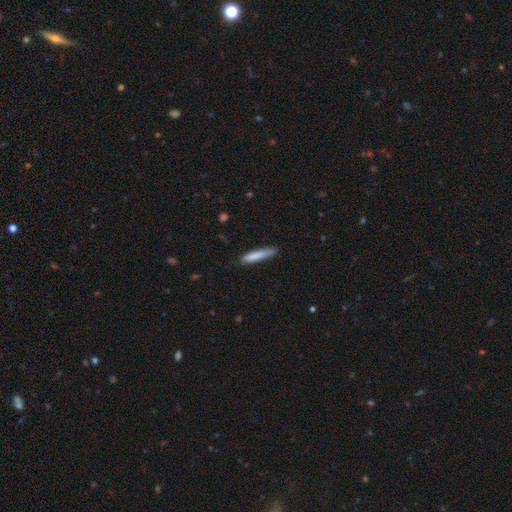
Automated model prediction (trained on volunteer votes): Smooth or featured: smooth — 82% (featured or disk — 13%)
How rounded: cigar-shaped — 92% (in between — 7%)
Merging: none — 82% (minor disturbance — 15%)